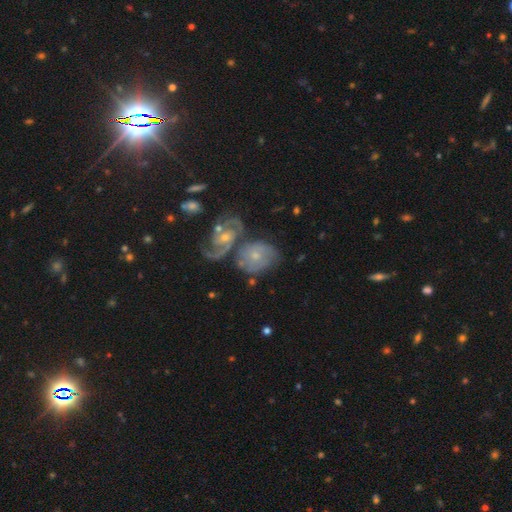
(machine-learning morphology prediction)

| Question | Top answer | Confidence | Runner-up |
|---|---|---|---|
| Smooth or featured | featured or disk | 66% | smooth (27%) |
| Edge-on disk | no | 96% | yes (4%) |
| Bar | no | 64% | weak (30%) |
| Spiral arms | yes | 85% | no (15%) |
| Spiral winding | medium | 43% | tight (41%) |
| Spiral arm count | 2 | 48% | can't tell (25%) |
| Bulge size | small | 55% | moderate (39%) |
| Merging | merger | 45% | none (33%) |